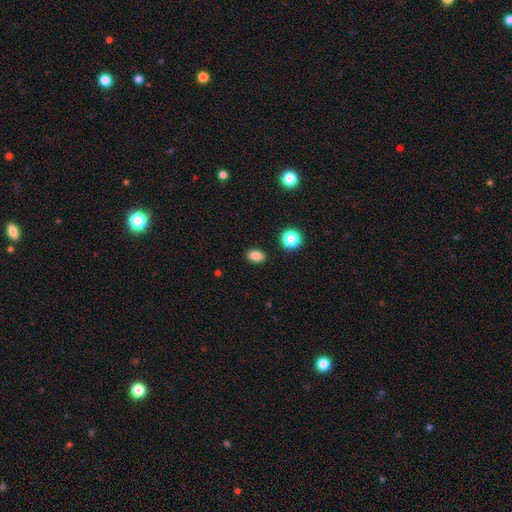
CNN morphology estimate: Smooth or featured? Predicted: smooth (p=0.83). How rounded? Predicted: in between (p=0.83). Merging? Predicted: none (p=0.88).